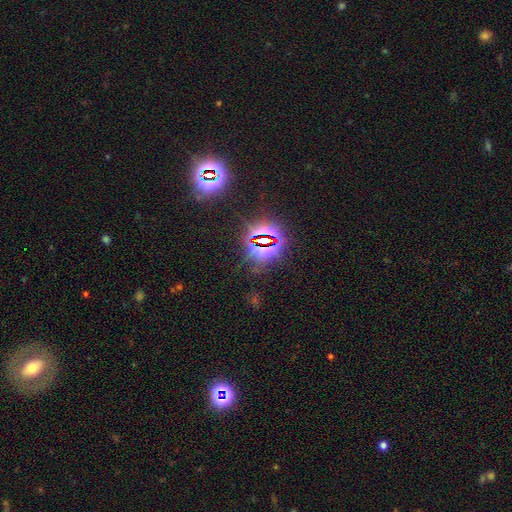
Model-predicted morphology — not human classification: Q: Smooth or featured?
A: star or artifact (79%); runner-up: smooth (13%)